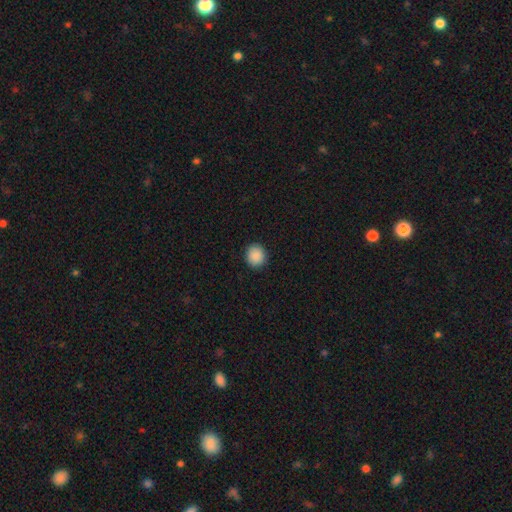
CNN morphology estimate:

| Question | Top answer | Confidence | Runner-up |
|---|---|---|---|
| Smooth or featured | smooth | 90% | star or artifact (8%) |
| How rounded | round | 86% | in between (13%) |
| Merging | none | 91% | minor disturbance (6%) |